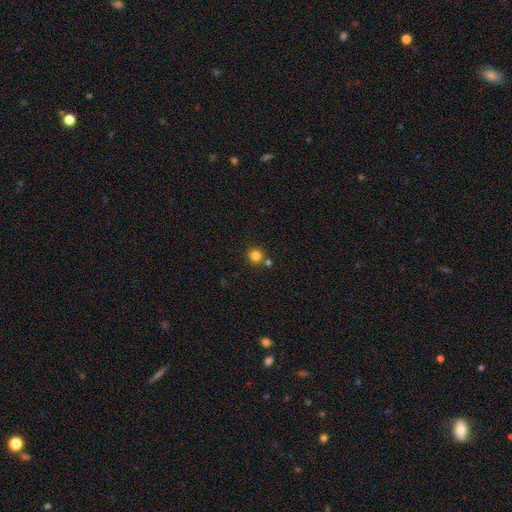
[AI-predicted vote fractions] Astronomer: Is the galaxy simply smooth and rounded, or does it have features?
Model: smooth — 83%.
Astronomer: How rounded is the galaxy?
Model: round — 94%.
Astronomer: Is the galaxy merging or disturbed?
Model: none — 77%.